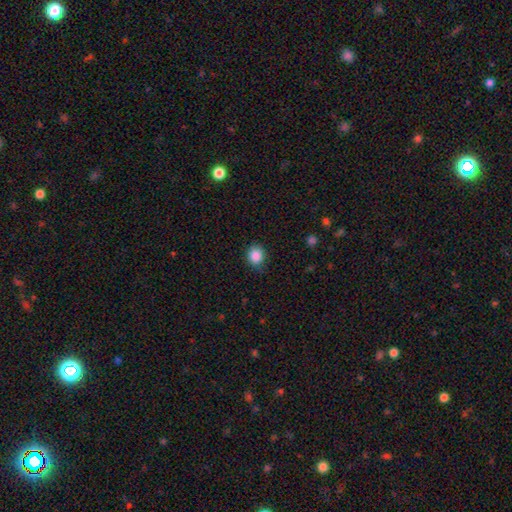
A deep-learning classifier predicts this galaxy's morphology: The model was most divided on "how rounded": round: 74%, in between: 25%, cigar-shaped: 1%. More confident: smooth or featured — smooth (87%); merging — none (81%).